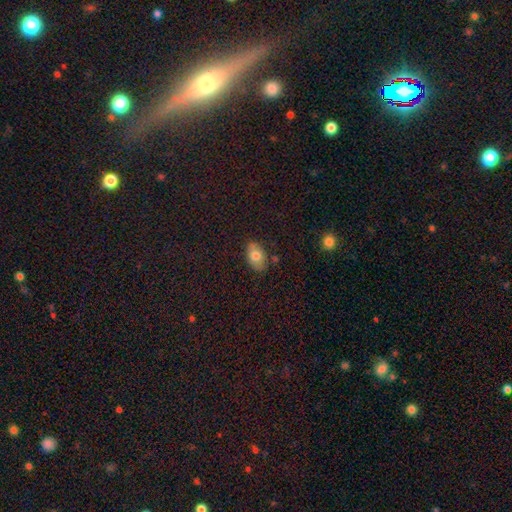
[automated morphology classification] A smooth galaxy with no disk features (75%) that is in between round and cigar-shaped (85%).

Vote fractions:
- Smooth or featured? smooth: 75% / featured or disk: 16% / star or artifact: 9%
- How rounded? in between: 85% / round: 13% / cigar-shaped: 1%
- Merging? none: 75% / minor disturbance: 18% / merger: 4% / major disturbance: 3%